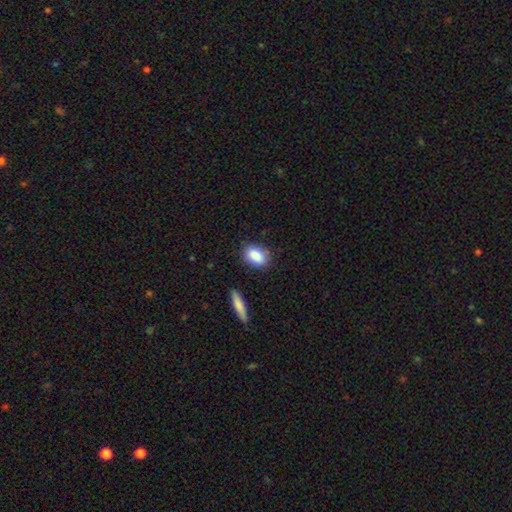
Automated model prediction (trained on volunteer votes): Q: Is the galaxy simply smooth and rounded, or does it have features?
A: smooth — 87%.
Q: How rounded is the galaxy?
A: in between — 84%.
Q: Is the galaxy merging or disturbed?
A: none — 82%.